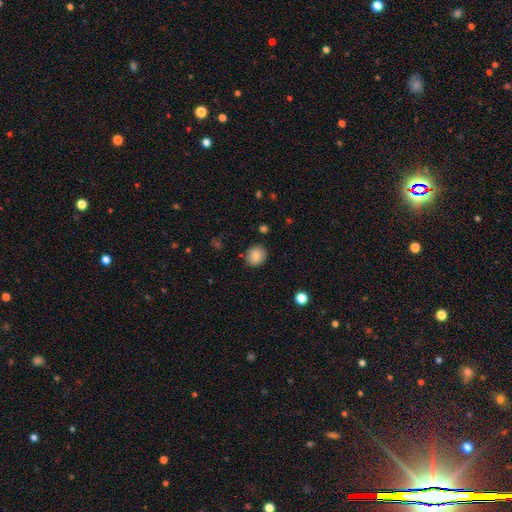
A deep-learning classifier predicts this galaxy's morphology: Overall: smooth (86%). How rounded: round (78%). Merging: none (86%).